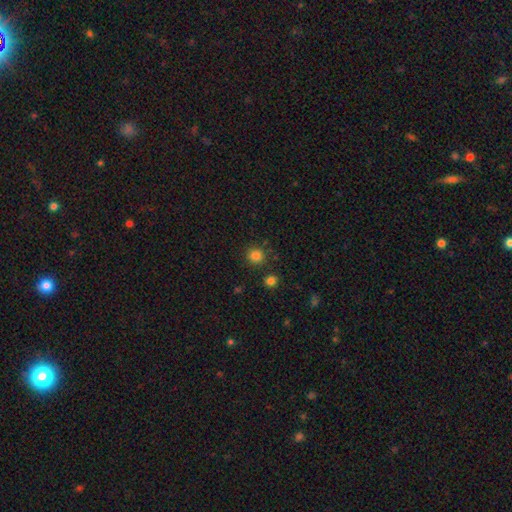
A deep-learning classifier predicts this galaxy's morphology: A smooth galaxy with no disk features (83%) that is round (92%). Merging: none (86%).